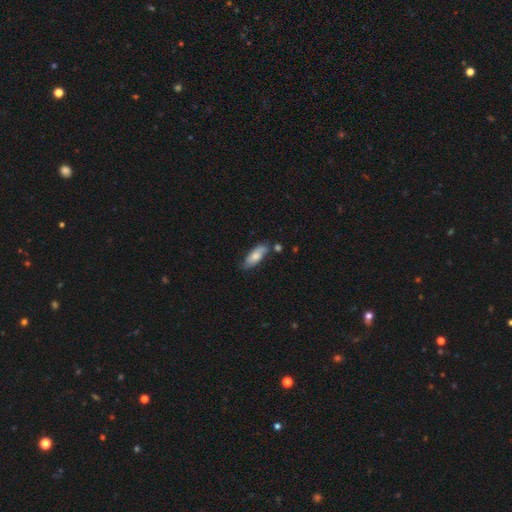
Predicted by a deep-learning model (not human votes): Smooth or featured: smooth — 60% (featured or disk — 33%)
How rounded: in between — 70% (cigar-shaped — 27%)
Merging: none — 64% (minor disturbance — 21%)